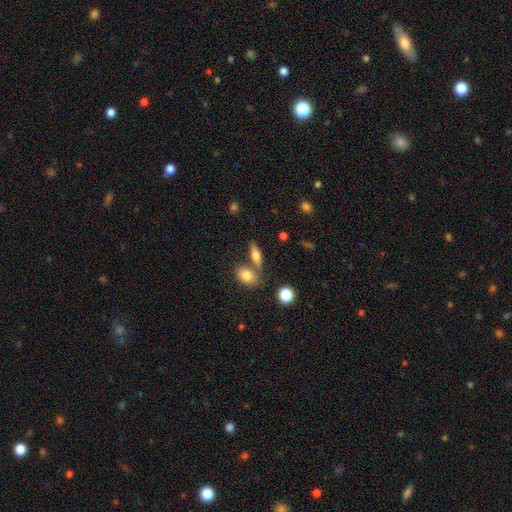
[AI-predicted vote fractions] The model was most divided on "smooth or featured": smooth: 51%, featured or disk: 40%, star or artifact: 9%. More confident: merging — none (66%); how rounded — in between (53%).